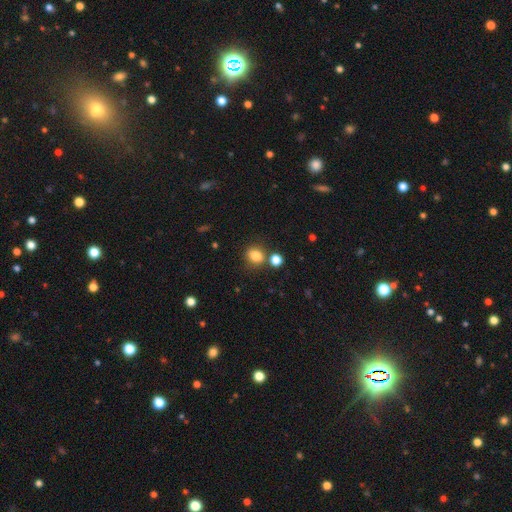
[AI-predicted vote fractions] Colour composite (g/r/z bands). It shows a smooth galaxy with no disk features (83%) that is round (65%). Merging: none (72%).